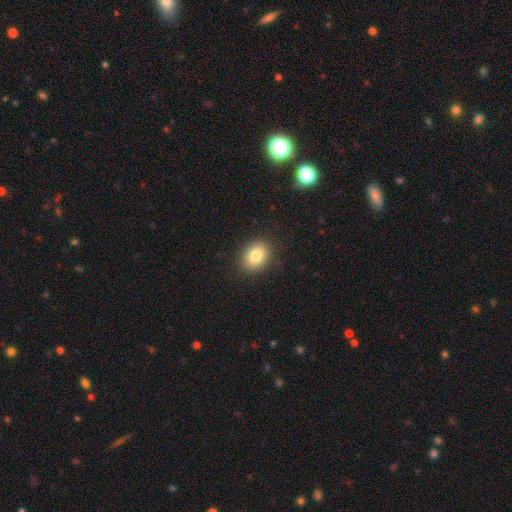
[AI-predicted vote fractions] Morphology: type=smooth (83%); roundness=in between (59%); merging=none (88%).